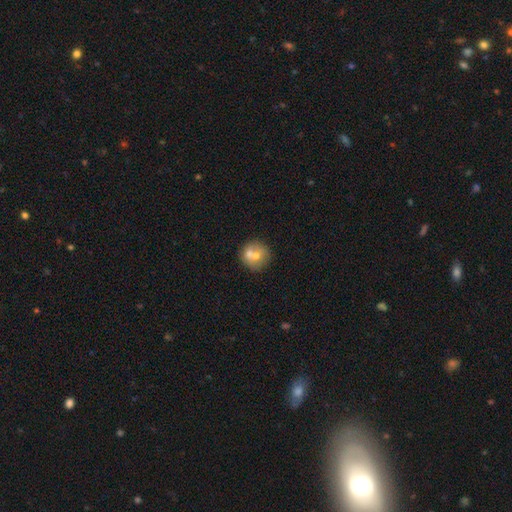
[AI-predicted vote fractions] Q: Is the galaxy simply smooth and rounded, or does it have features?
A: smooth — 65%.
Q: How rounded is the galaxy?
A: round — 90%.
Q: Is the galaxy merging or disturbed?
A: none — 53%.